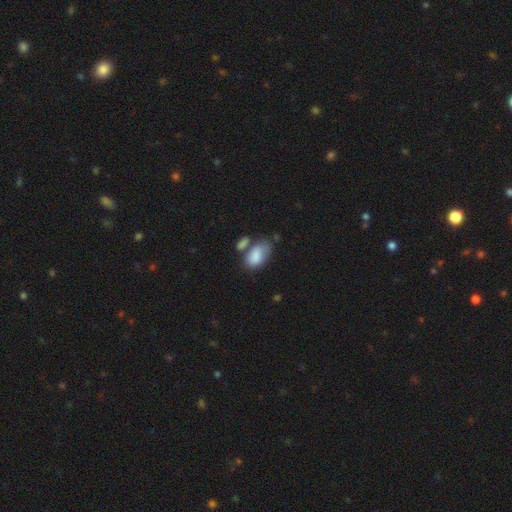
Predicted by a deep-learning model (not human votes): Morphology: type=smooth (83%); roundness=in between (92%); merging=none (36%).